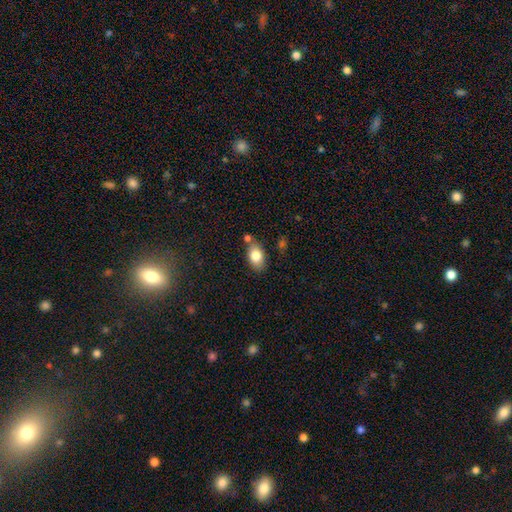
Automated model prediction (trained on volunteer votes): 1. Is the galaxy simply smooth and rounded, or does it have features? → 80% smooth, 12% featured or disk, 8% star or artifact.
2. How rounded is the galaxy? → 87% in between, 11% round, 2% cigar-shaped.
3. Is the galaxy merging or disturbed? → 70% none, 15% minor disturbance, 12% merger, 3% major disturbance.